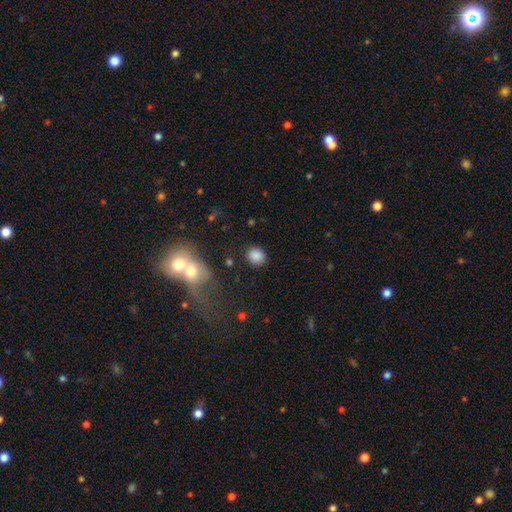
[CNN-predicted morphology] smooth 85%, star or artifact 10%, featured or disk 5%. Down the decision tree: how rounded — round (79%); merging — none (85%).